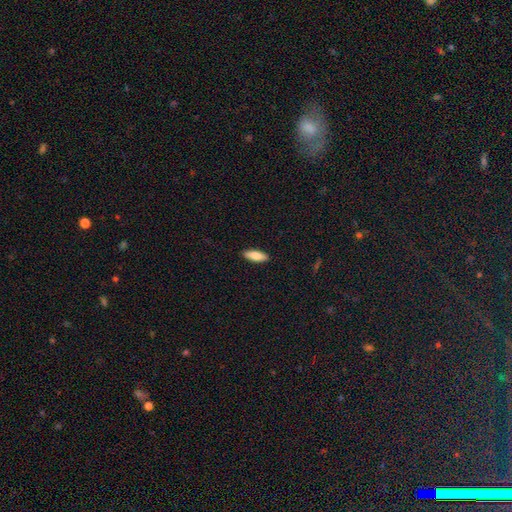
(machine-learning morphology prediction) smooth 83%, featured or disk 11%, star or artifact 6%. Down the decision tree: how rounded — in between (62%); merging — none (90%).